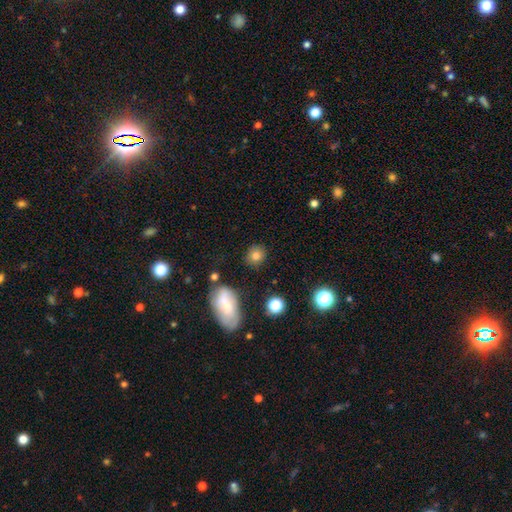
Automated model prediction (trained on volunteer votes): Smooth or featured: smooth — 80% (star or artifact — 12%)
How rounded: round — 76% (in between — 22%)
Merging: none — 83% (minor disturbance — 10%)